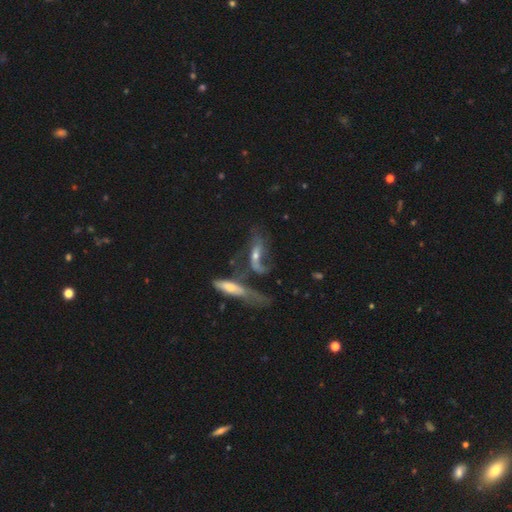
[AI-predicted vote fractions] Smooth or featured? Predicted: featured or disk (p=0.70). Edge-on disk? Predicted: no (p=0.73). Bar? Predicted: no (p=0.49). Spiral arms? Predicted: yes (p=0.77). Bulge size? Predicted: small (p=0.46). Merging? Predicted: merger (p=0.39).